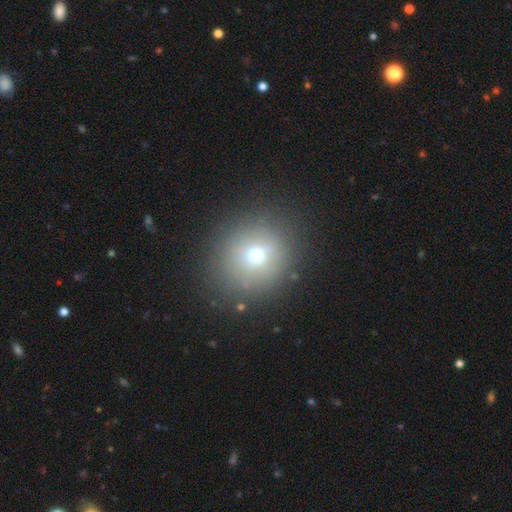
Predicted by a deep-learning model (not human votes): This appears to be a smooth galaxy with no disk features (64%) that is round (85%). Merging: none (85%).